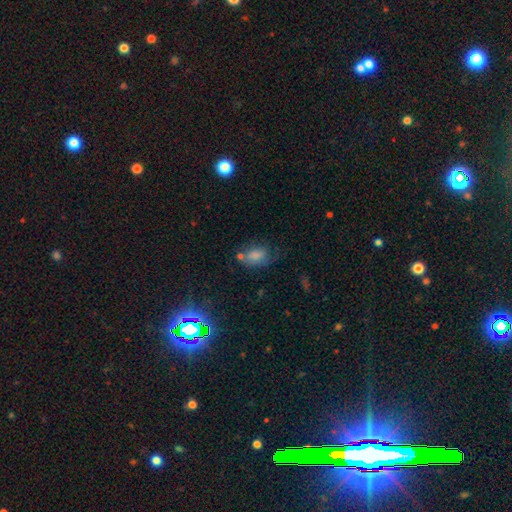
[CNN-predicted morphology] A smooth galaxy with no disk features (78%) that is in between round and cigar-shaped (86%).

Vote fractions:
- Smooth or featured? smooth: 78% / featured or disk: 12% / star or artifact: 10%
- How rounded? in between: 86% / round: 11% / cigar-shaped: 2%
- Merging? none: 50% / minor disturbance: 26% / major disturbance: 13% / merger: 11%